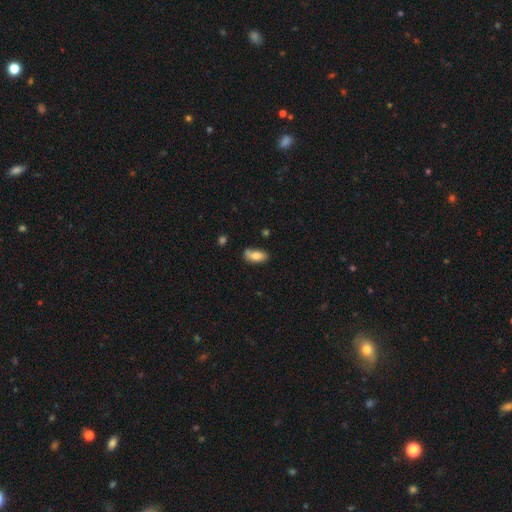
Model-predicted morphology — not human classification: type=smooth (78%); roundness=in between (87%); merging=none (62%).